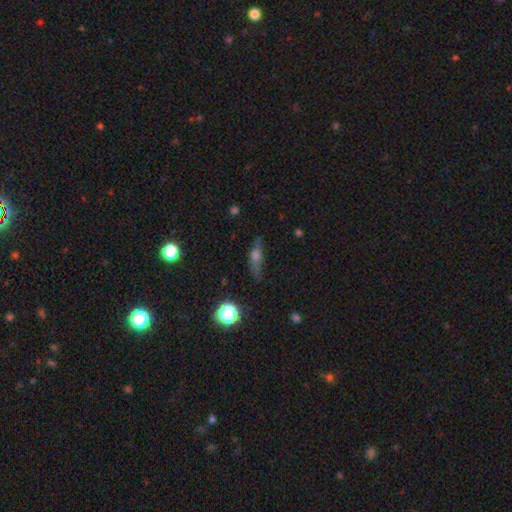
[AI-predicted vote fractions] Smooth or featured: smooth — 48% (featured or disk — 36%)
Merging: none — 66% (minor disturbance — 22%)